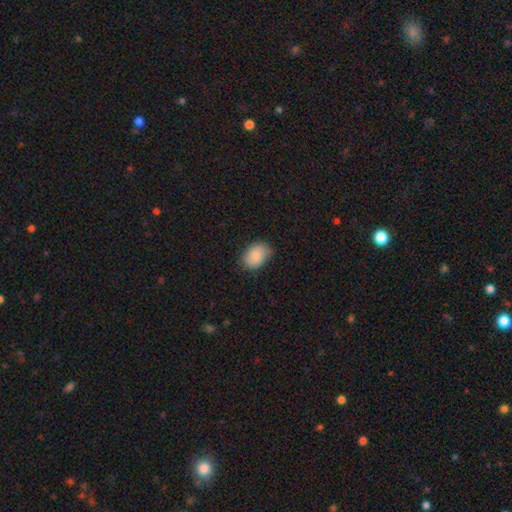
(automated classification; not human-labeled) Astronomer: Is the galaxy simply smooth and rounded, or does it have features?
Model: smooth — 87%.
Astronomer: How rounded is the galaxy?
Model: in between — 79%.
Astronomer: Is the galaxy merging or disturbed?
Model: none — 78%.